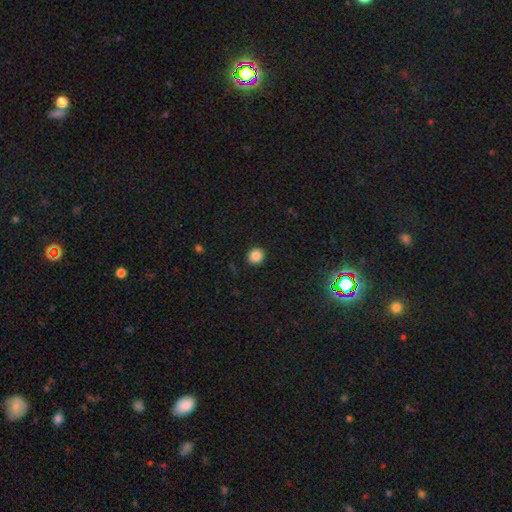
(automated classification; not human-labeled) Smooth or featured: smooth — 85% (star or artifact — 11%)
How rounded: round — 88% (in between — 12%)
Merging: none — 92% (minor disturbance — 5%)